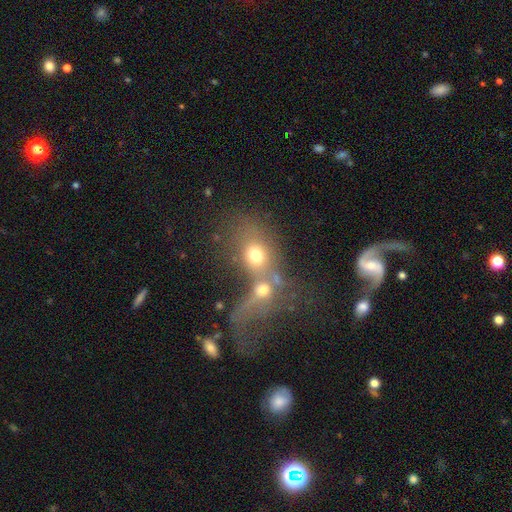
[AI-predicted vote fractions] This is possibly a smooth galaxy (56%). How rounded: possibly round (51%). Merging: likely merger (70%).